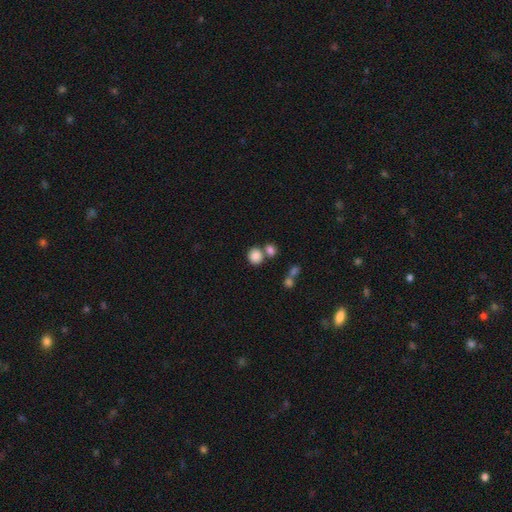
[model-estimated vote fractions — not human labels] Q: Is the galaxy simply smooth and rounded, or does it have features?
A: smooth — 84%.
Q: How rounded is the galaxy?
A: round — 82%.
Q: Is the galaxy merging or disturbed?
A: none — 58%.